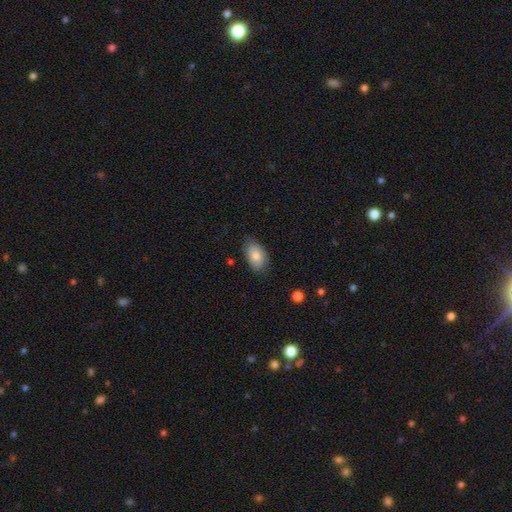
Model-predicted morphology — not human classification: A smooth galaxy with no disk features (80%) that is in between round and cigar-shaped (92%).

Vote fractions:
- Smooth or featured? smooth: 80% / featured or disk: 13% / star or artifact: 7%
- How rounded? in between: 92% / round: 6% / cigar-shaped: 2%
- Merging? none: 80% / minor disturbance: 16% / major disturbance: 3% / merger: 1%